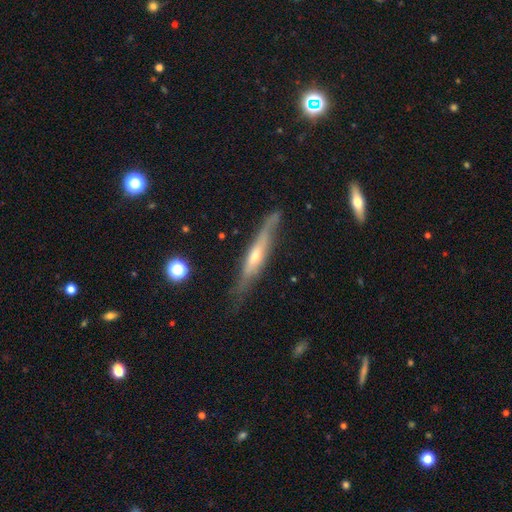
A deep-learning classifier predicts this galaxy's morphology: This is likely a featured or disk galaxy (68%). It is clearly viewed edge-on (88%). Edge-on bulge: likely rounded (70%). Merging: likely none (70%).